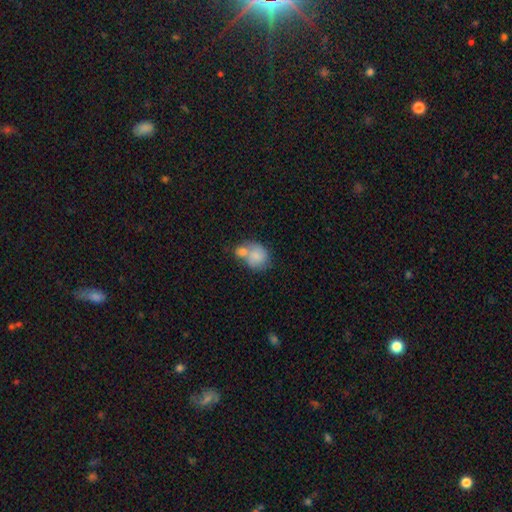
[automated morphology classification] smooth 77%, featured or disk 16%, star or artifact 7%. Down the decision tree: how rounded — round (60%); merging — merger (60%).